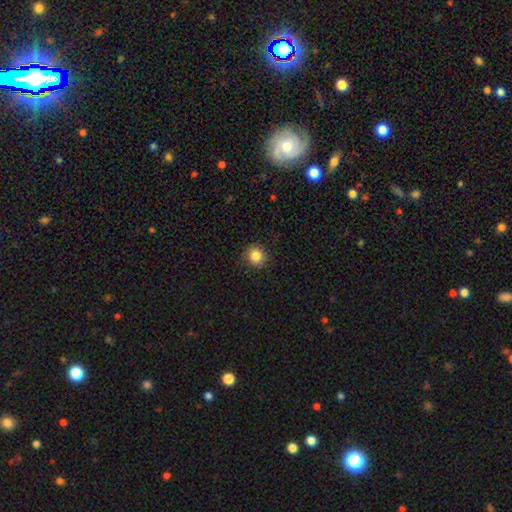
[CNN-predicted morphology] This appears to be a smooth galaxy with no disk features (85%) that is round (87%). Merging: none (88%).